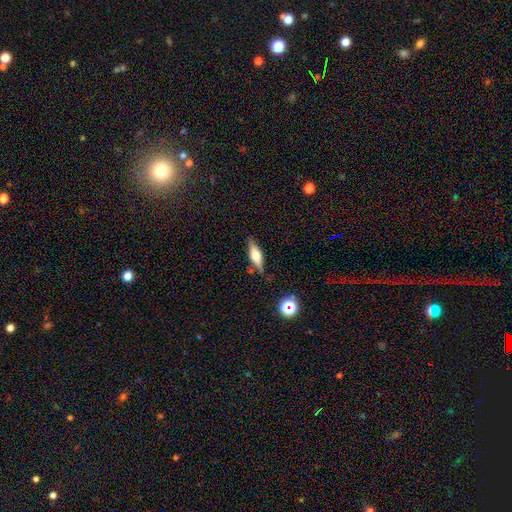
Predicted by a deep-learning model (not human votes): This is possibly a featured or disk galaxy (51%). It is clearly viewed edge-on (93%). Merging: likely none (78%).